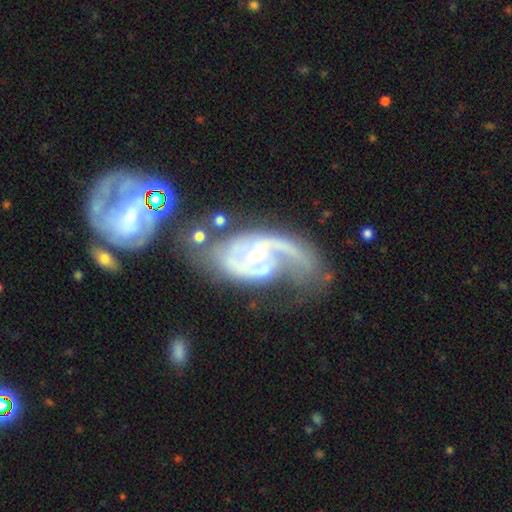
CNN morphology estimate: smooth_or_featured: featured or disk (p=0.88) [alt: smooth p=0.06]
disk_edge_on: no (p=0.97) [alt: yes p=0.03]
bar: no (p=0.61) [alt: weak p=0.29]
has_spiral_arms: yes (p=0.95) [alt: no p=0.05]
spiral_winding: medium (p=0.45) [alt: loose p=0.28]
spiral_arm_count: 2 (p=0.58) [alt: 1 p=0.24]
bulge_size: moderate (p=0.49) [alt: small p=0.46]
merging: none (p=0.33) [alt: major disturbance p=0.29]